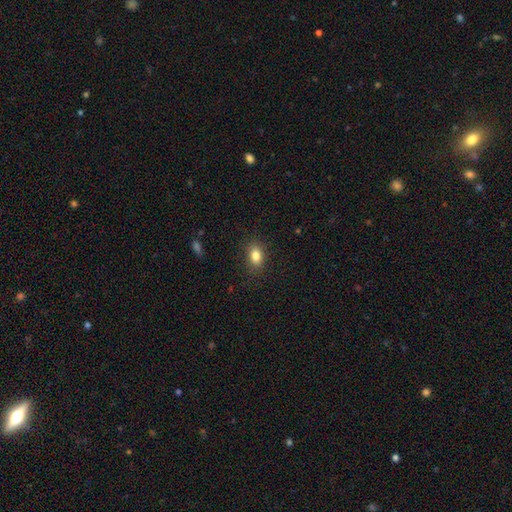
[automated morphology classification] A smooth galaxy with no disk features (83%) that is in between round and cigar-shaped (79%). Merging: none (86%).